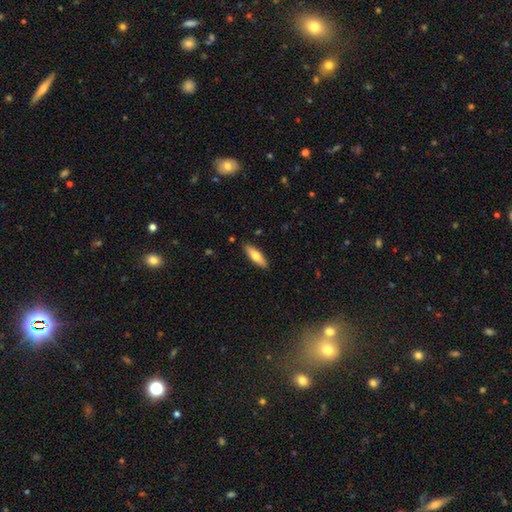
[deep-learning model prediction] Smooth or featured? smooth (64%)
How rounded? cigar-shaped (56%)
Merging? none (89%)